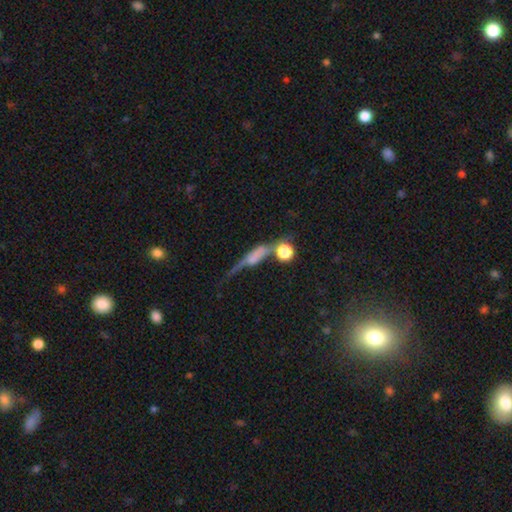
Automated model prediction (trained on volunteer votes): Q: Smooth or featured?
A: featured or disk (47%); runner-up: smooth (37%)
Q: Merging?
A: none (43%); runner-up: merger (23%)